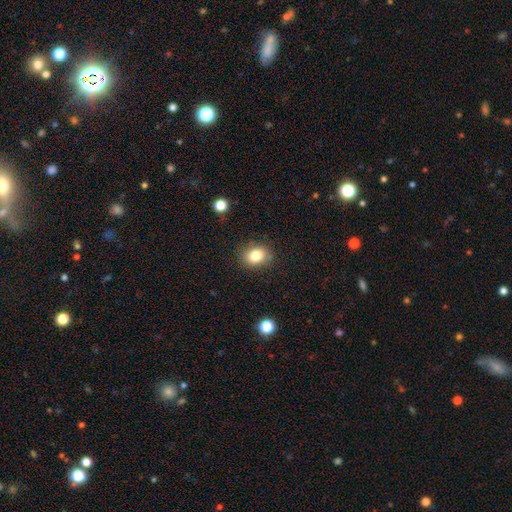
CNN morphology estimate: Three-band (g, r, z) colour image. It shows a smooth galaxy with no disk features (82%) that is in between round and cigar-shaped (50%). Merging: none (84%).